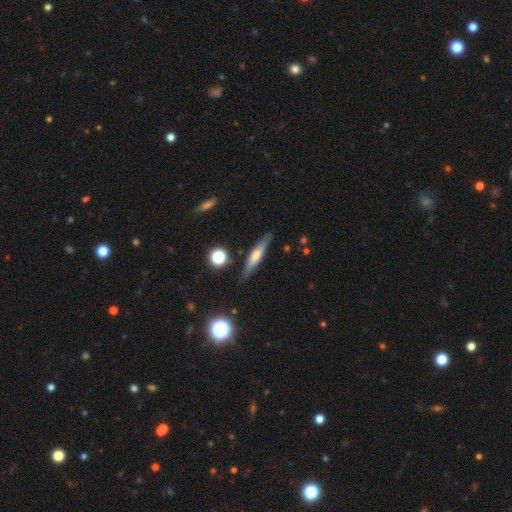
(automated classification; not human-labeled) The model was most divided on "smooth or featured": featured or disk: 49%, smooth: 43%, star or artifact: 8%. More confident: merging — none (86%).